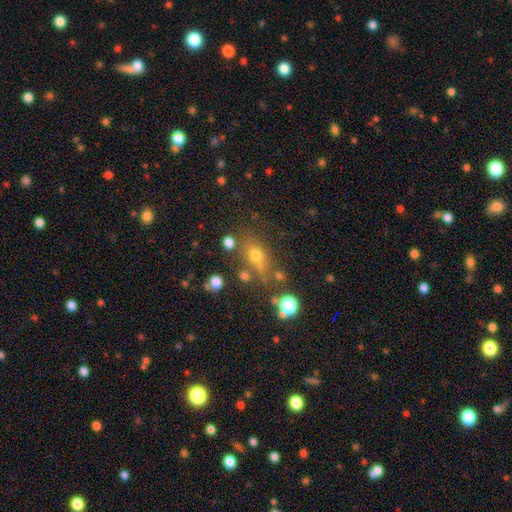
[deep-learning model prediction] This appears to be a smooth galaxy with no disk features (49%). Merging: none (65%).